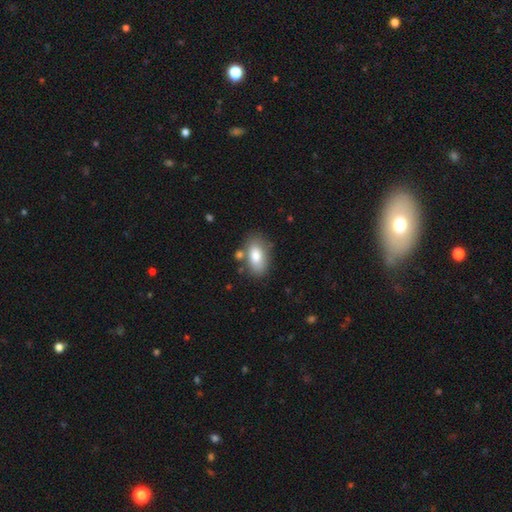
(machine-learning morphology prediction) smooth-or-featured: smooth: 80% | featured or disk: 13% | star or artifact: 7%
  how-rounded: in between: 92% | round: 6% | cigar-shaped: 2%
  merging: none: 70% | minor disturbance: 16% | merger: 9% | major disturbance: 5%